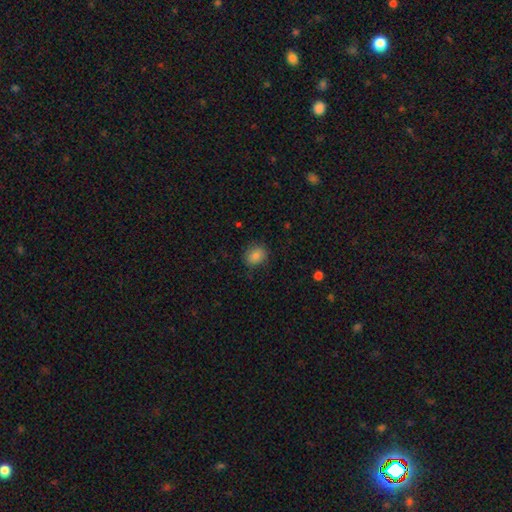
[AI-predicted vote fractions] Q: Smooth or featured?
A: smooth (84%); runner-up: star or artifact (10%)
Q: How rounded?
A: round (57%); runner-up: in between (42%)
Q: Merging?
A: none (82%); runner-up: minor disturbance (14%)